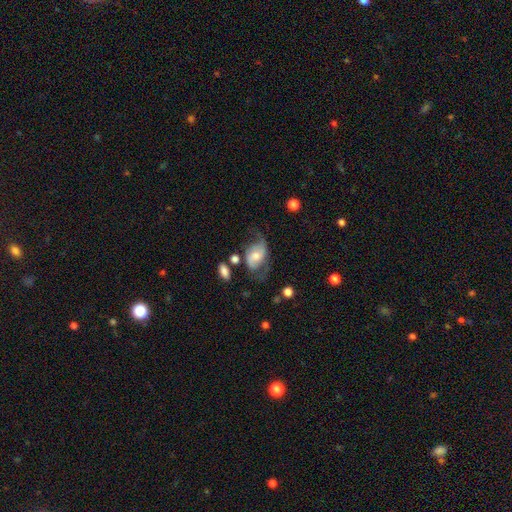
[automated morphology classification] smooth-or-featured: featured or disk: 58% | smooth: 34% | star or artifact: 8%
  disk-edge-on: no: 95% | yes: 5%
    bar: no: 55% | weak: 34% | strong: 11%
    has-spiral-arms: yes: 81% | no: 19%
    bulge-size: moderate: 53% | small: 35% | large: 7% | none: 3% | dominant: 2%
  merging: none: 42% | minor disturbance: 27% | major disturbance: 25% | merger: 6%